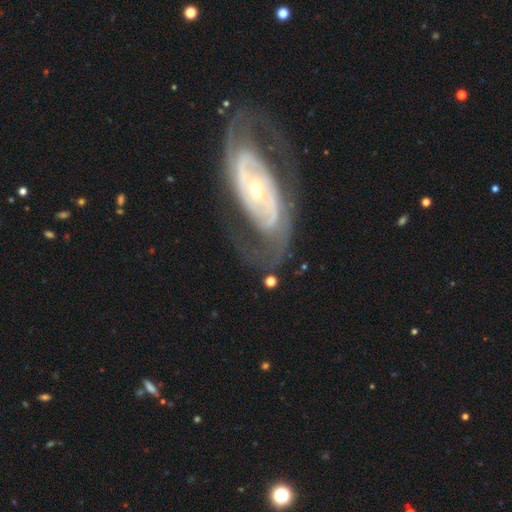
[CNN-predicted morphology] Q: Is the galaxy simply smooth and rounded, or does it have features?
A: featured or disk — 84%.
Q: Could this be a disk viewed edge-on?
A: no — 93%.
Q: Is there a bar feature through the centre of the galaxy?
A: no — 58%.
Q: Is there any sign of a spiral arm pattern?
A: yes — 88%.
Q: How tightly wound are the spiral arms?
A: tight — 50%.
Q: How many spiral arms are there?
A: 2 — 71%.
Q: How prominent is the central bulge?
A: small — 65%.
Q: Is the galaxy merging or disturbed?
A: none — 76%.